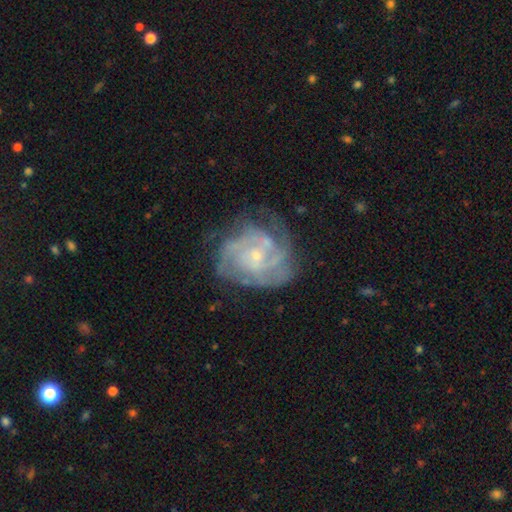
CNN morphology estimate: Smooth or featured? Predicted: featured or disk (p=0.86). Edge-on disk? Predicted: no (p=0.98). Bar? Predicted: no (p=0.72). Spiral arms? Predicted: yes (p=0.94). Spiral winding? Predicted: tight (p=0.62). Spiral arm count? Predicted: can't tell (p=0.28). Bulge size? Predicted: small (p=0.75). Merging? Predicted: none (p=0.65).